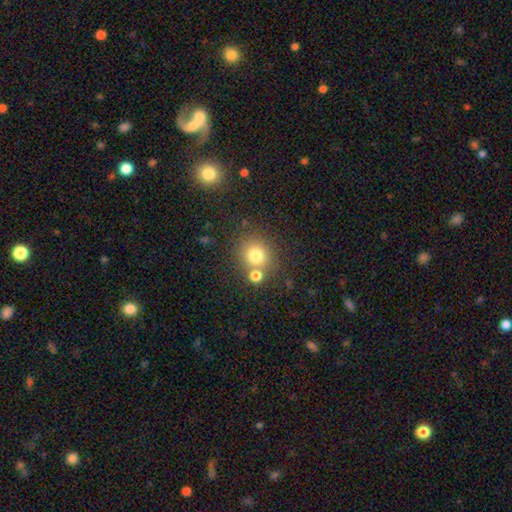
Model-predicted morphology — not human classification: type=smooth (76%); roundness=round (85%); merging=none (65%).